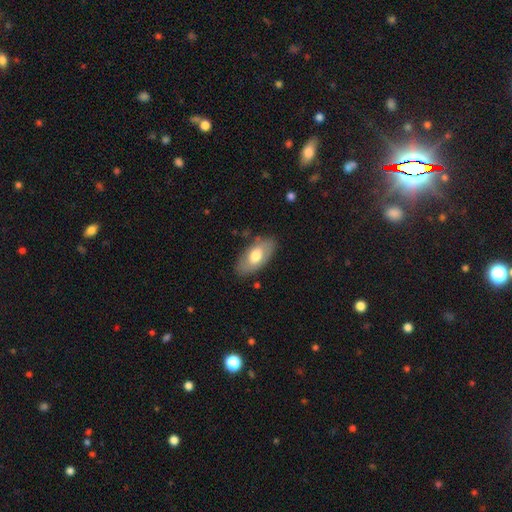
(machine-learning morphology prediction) This is possibly a smooth galaxy (58%). How rounded: clearly in between (93%). Merging: likely none (79%).